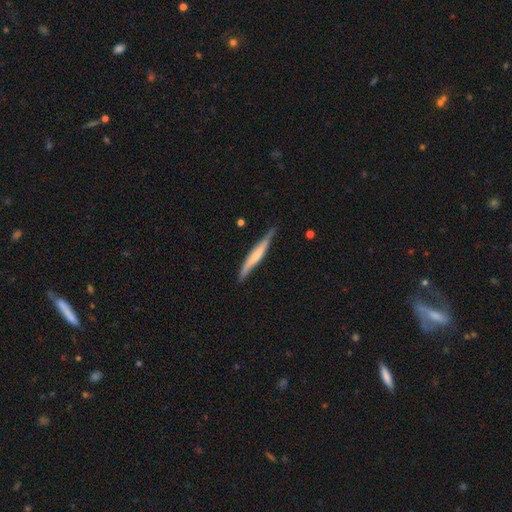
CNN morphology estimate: Smooth or featured? featured or disk (51%)
Edge-on disk? yes (94%)
Merging? none (79%)